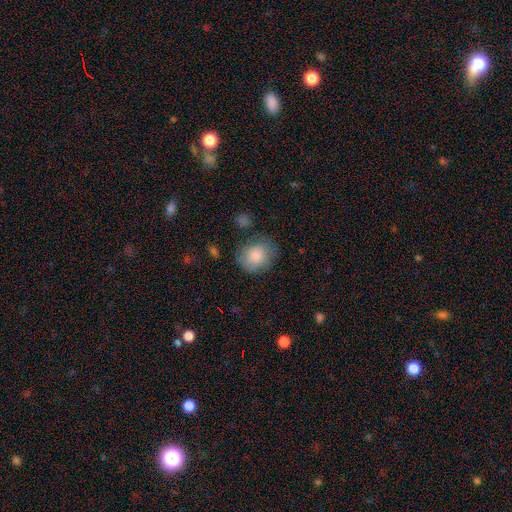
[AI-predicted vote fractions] Smooth or featured? smooth (84%)
How rounded? round (69%)
Merging? none (66%)